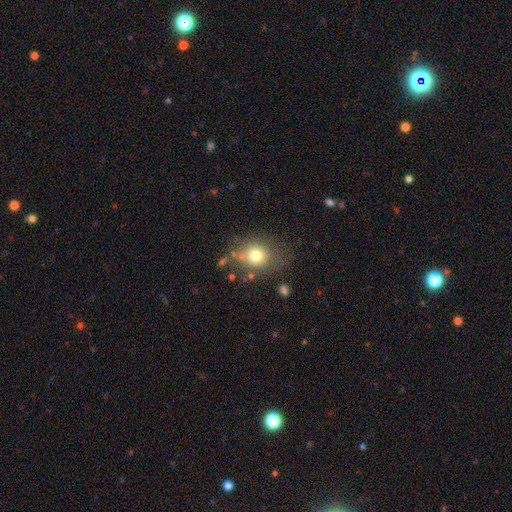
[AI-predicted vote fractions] smooth_or_featured: smooth (p=0.75) [alt: featured or disk p=0.13]
how_rounded: round (p=0.71) [alt: in between p=0.28]
merging: none (p=0.65) [alt: minor disturbance p=0.18]